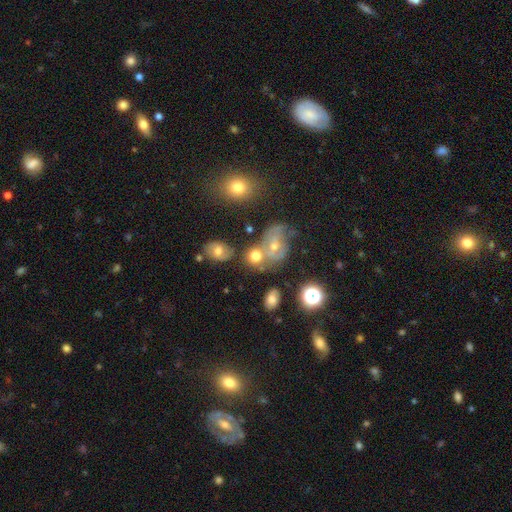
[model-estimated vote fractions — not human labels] smooth_or_featured: smooth (p=0.55) [alt: featured or disk p=0.28]
how_rounded: round (p=0.52) [alt: in between p=0.46]
merging: merger (p=0.40) [alt: none p=0.35]